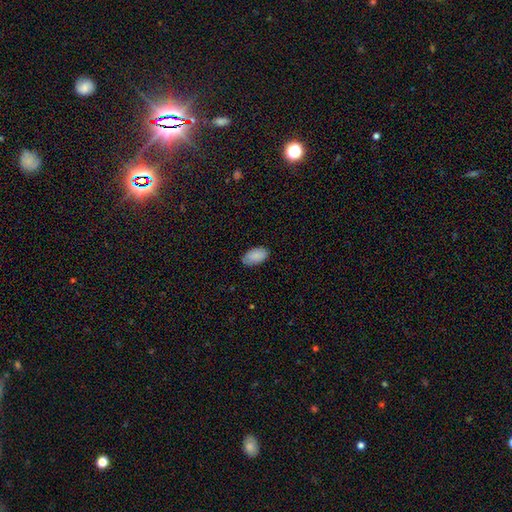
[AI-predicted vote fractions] smooth_or_featured: smooth (p=0.88) [alt: star or artifact p=0.06]
how_rounded: in between (p=0.95) [alt: round p=0.03]
merging: none (p=0.86) [alt: minor disturbance p=0.11]